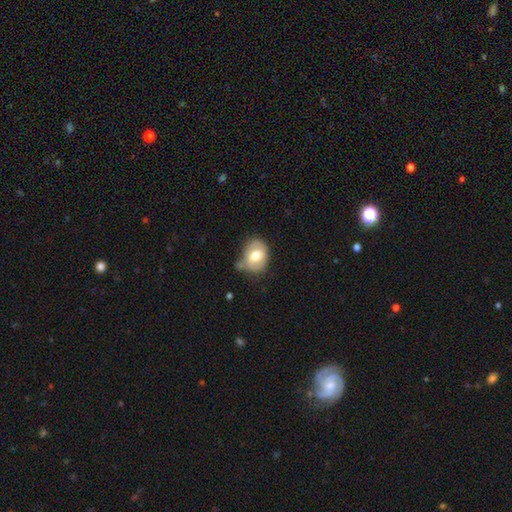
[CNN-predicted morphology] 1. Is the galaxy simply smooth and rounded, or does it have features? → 66% smooth, 27% featured or disk, 7% star or artifact.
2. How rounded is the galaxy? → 57% in between, 42% round, 1% cigar-shaped.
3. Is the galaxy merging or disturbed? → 46% none, 34% minor disturbance, 12% major disturbance, 9% merger.